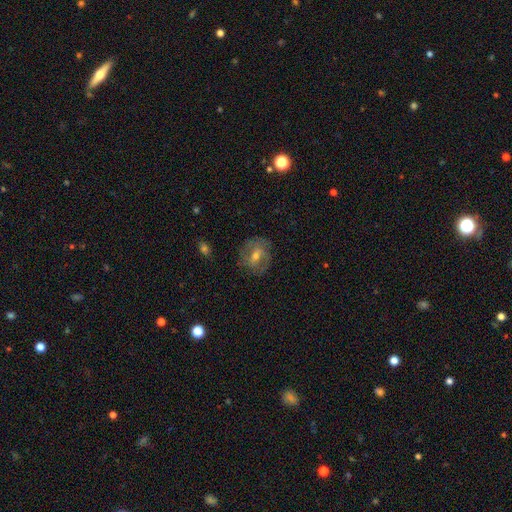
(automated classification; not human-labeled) Smooth or featured? Predicted: featured or disk (p=0.58). Edge-on disk? Predicted: no (p=0.95). Bar? Predicted: weak (p=0.46). Spiral arms? Predicted: yes (p=0.69). Bulge size? Predicted: moderate (p=0.54). Merging? Predicted: none (p=0.76).